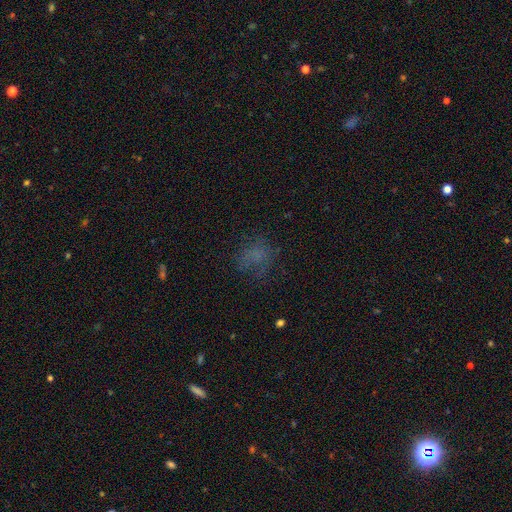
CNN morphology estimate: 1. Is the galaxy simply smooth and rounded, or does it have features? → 55% smooth, 25% star or artifact, 20% featured or disk.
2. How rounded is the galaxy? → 56% round, 42% in between, 2% cigar-shaped.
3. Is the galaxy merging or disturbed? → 56% none, 22% major disturbance, 20% minor disturbance, 2% merger.